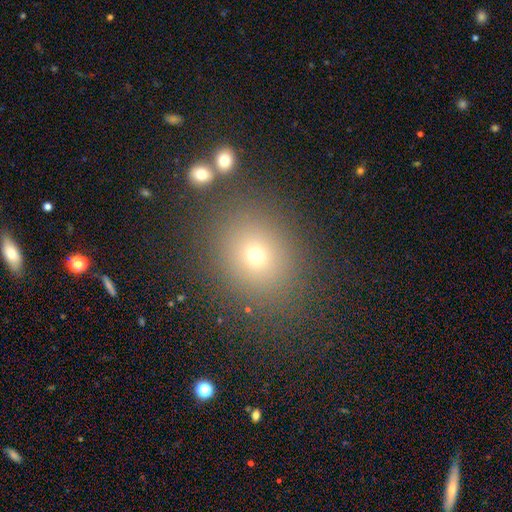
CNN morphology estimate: The model was most divided on "how rounded": round: 70%, in between: 29%, cigar-shaped: 1%. More confident: merging — none (85%); smooth or featured — smooth (66%).